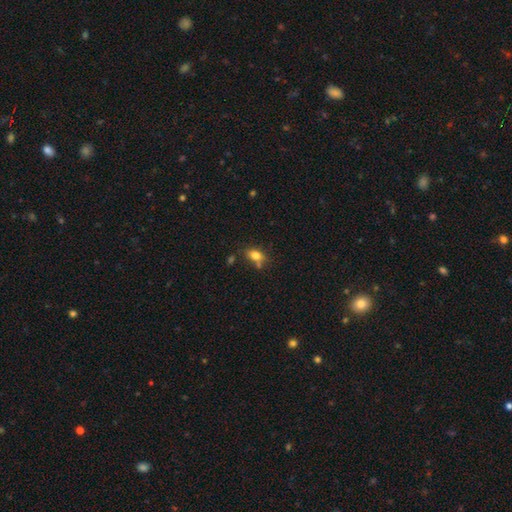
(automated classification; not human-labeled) Morphology: type=smooth (78%); roundness=in between (79%); merging=none (61%).